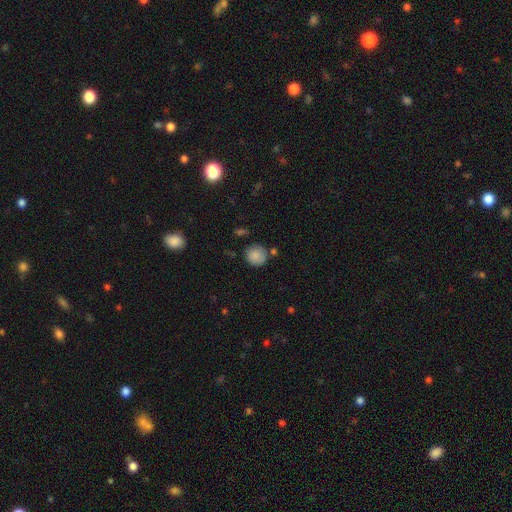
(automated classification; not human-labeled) The model was most divided on "merging": none: 74%, minor disturbance: 15%, merger: 7%, major disturbance: 4%. More confident: how rounded — round (90%); smooth or featured — smooth (85%).